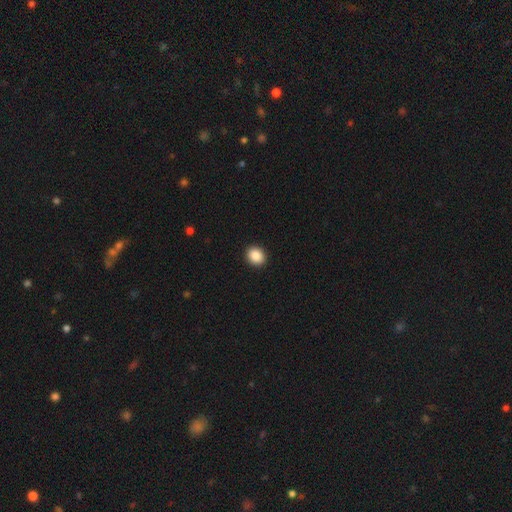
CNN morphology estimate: A smooth galaxy with no disk features (89%) that is round (63%).

Vote fractions:
- Smooth or featured? smooth: 89% / star or artifact: 8% / featured or disk: 3%
- How rounded? round: 63% / in between: 36% / cigar-shaped: 1%
- Merging? none: 92% / minor disturbance: 5% / major disturbance: 2% / merger: 1%